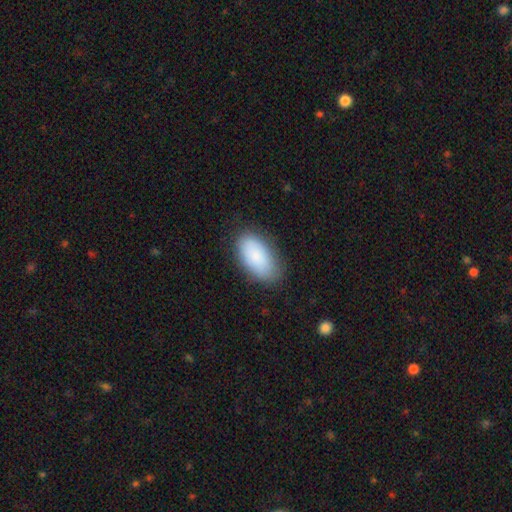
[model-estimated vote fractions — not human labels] The model was most divided on "merging": none: 79%, minor disturbance: 16%, major disturbance: 4%, merger: 1%. More confident: how rounded — in between (94%); smooth or featured — smooth (85%).